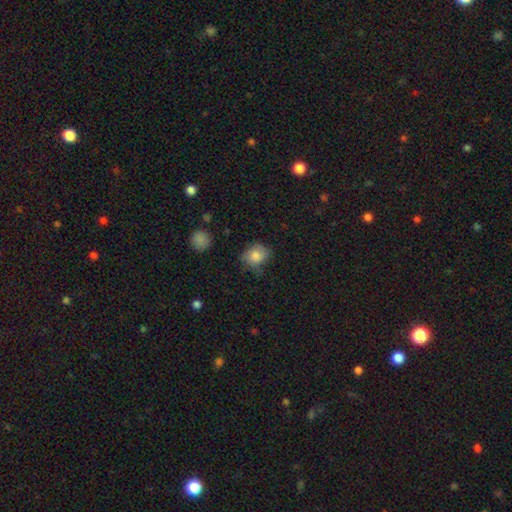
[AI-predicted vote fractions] The model was most divided on "how rounded": round: 58%, in between: 41%, cigar-shaped: 1%. More confident: smooth or featured — smooth (80%); merging — none (60%).